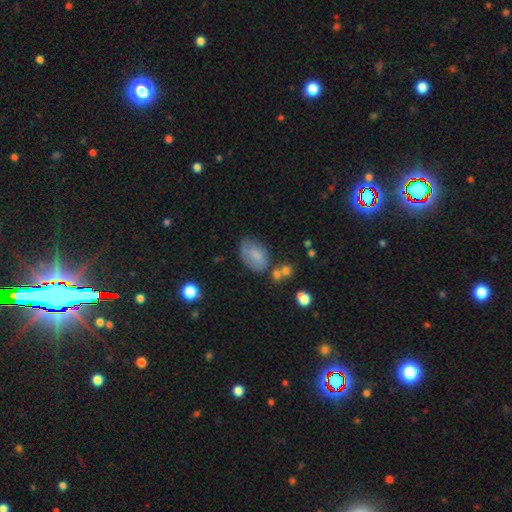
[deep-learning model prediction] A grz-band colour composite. It shows a smooth galaxy with no disk features (76%) that is in between round and cigar-shaped (88%). Merging: none (57%).